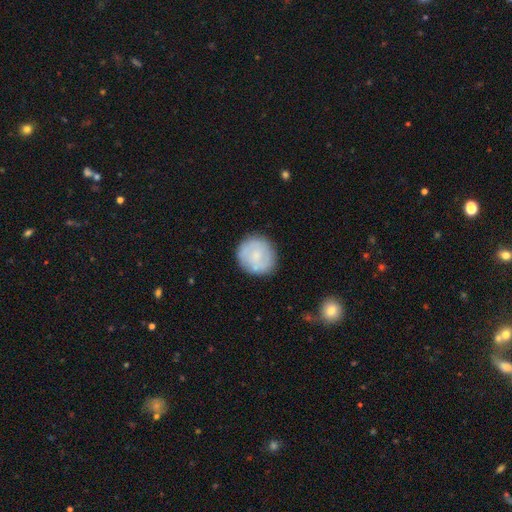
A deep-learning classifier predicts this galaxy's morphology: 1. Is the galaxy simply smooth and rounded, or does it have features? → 62% smooth, 31% featured or disk, 7% star or artifact.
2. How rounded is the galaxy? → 88% round, 11% in between, 1% cigar-shaped.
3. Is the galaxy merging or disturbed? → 82% none, 12% minor disturbance, 4% major disturbance, 2% merger.